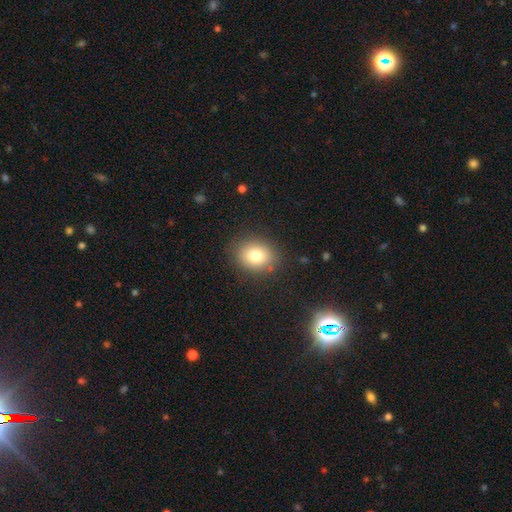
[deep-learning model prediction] Smooth or featured? Predicted: smooth (p=0.80). How rounded? Predicted: round (p=0.58). Merging? Predicted: none (p=0.85).